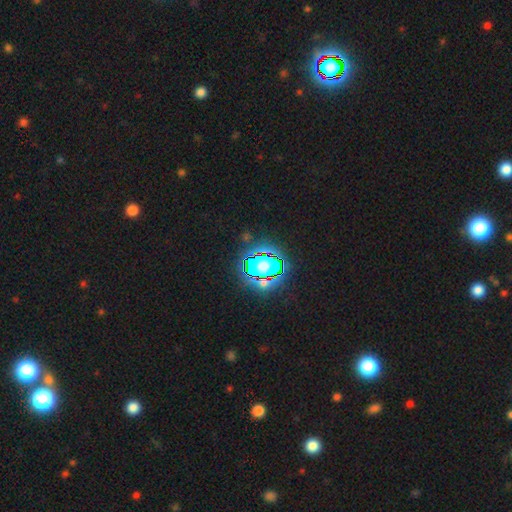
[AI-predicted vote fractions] A star or artifact, not a galaxy (78%).

Vote fractions:
- Smooth or featured? star or artifact: 78% / smooth: 14% / featured or disk: 9%